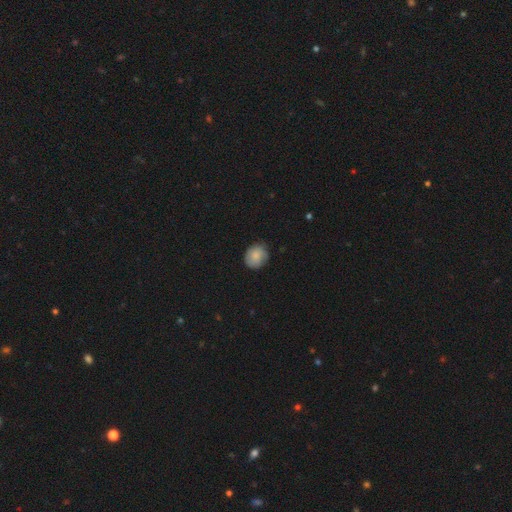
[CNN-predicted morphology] smooth-or-featured: smooth: 79% | featured or disk: 14% | star or artifact: 7%
  how-rounded: round: 70% | in between: 30% | cigar-shaped: 1%
  merging: none: 75% | minor disturbance: 20% | major disturbance: 4% | merger: 1%